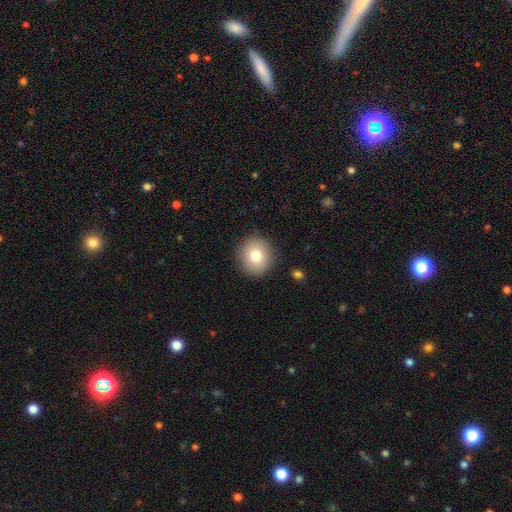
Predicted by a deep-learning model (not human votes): smooth_or_featured: smooth (p=0.79) [alt: featured or disk p=0.12]
how_rounded: round (p=0.82) [alt: in between p=0.17]
merging: none (p=0.89) [alt: minor disturbance p=0.07]